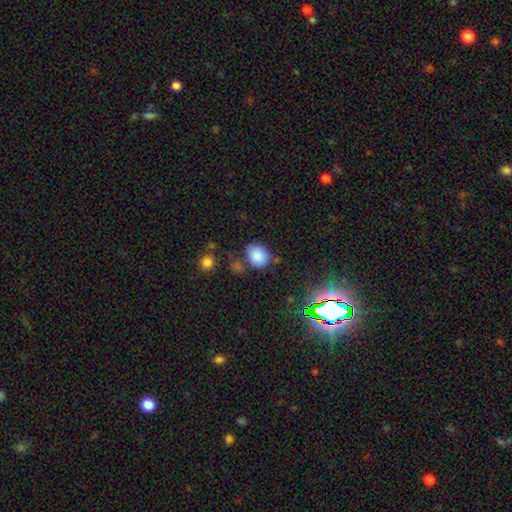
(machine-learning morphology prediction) A smooth galaxy with no disk features (84%) that is in between round and cigar-shaped (56%). Merging: none (65%).